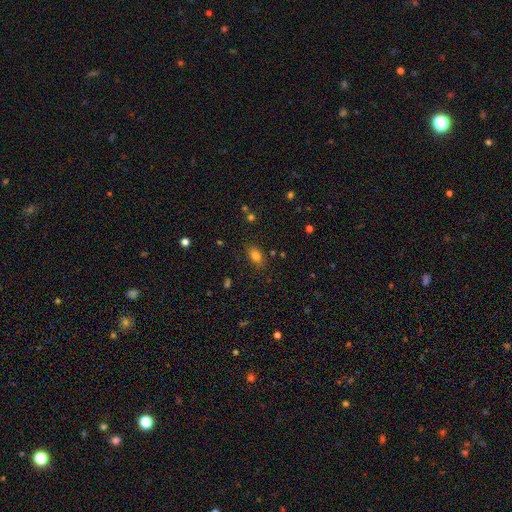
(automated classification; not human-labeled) smooth-or-featured: smooth: 80% | star or artifact: 12% | featured or disk: 9%
  how-rounded: in between: 85% | round: 12% | cigar-shaped: 4%
  merging: none: 83% | minor disturbance: 12% | major disturbance: 3% | merger: 2%